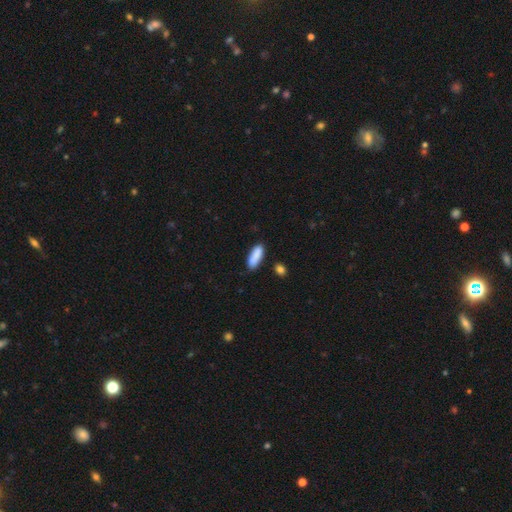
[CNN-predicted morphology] type=smooth (87%); roundness=in between (58%); merging=none (75%).